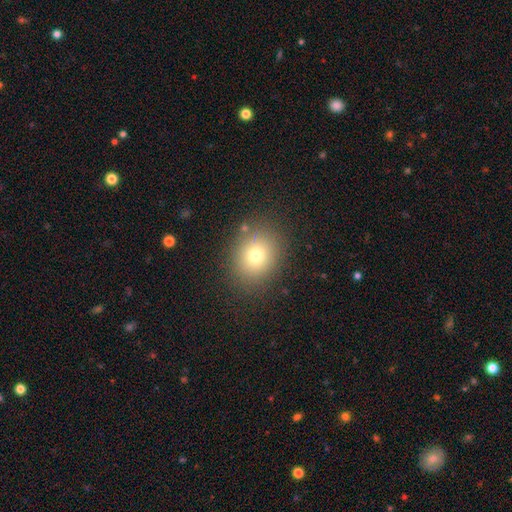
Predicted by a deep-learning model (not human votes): smooth 74%, star or artifact 14%, featured or disk 11%. Down the decision tree: how rounded — round (63%); merging — none (85%).